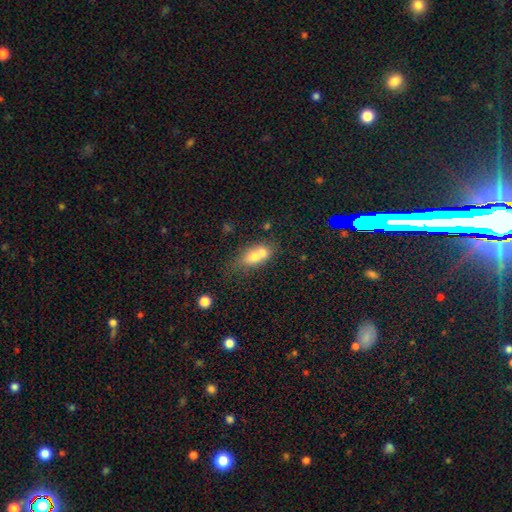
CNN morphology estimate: This is likely a smooth galaxy (65%). How rounded: likely in between (73%). Merging: possibly merger (50%).